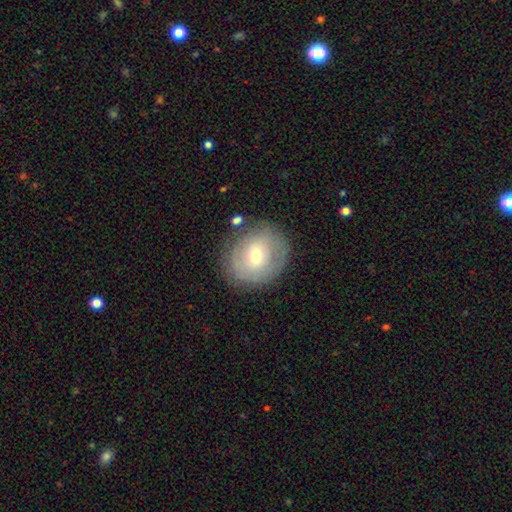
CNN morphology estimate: A smooth galaxy with no disk features (54%) that is round (77%).

Vote fractions:
- Smooth or featured? smooth: 54% / featured or disk: 38% / star or artifact: 8%
- How rounded? round: 77% / in between: 22% / cigar-shaped: 1%
- Merging? none: 78% / minor disturbance: 14% / major disturbance: 6% / merger: 3%